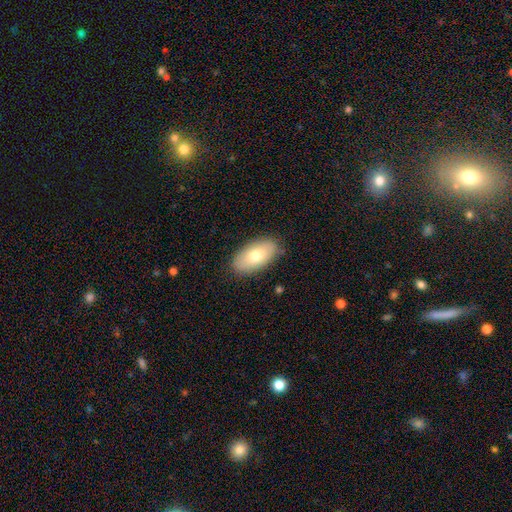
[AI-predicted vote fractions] smooth 73%, featured or disk 20%, star or artifact 7%. Down the decision tree: how rounded — in between (94%); merging — none (86%).